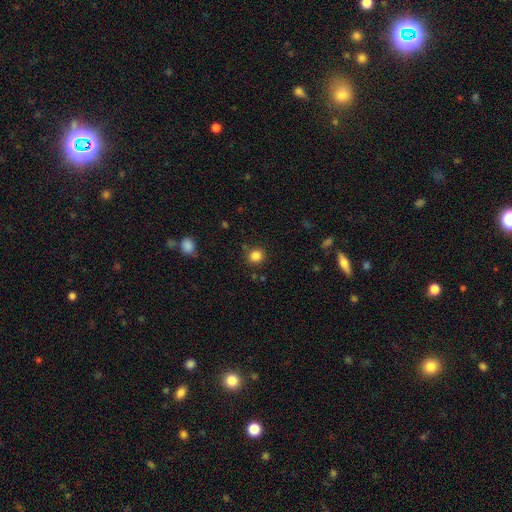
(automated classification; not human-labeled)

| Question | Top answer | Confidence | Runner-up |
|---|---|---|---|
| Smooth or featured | smooth | 84% | star or artifact (12%) |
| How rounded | round | 90% | in between (9%) |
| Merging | none | 87% | minor disturbance (8%) |